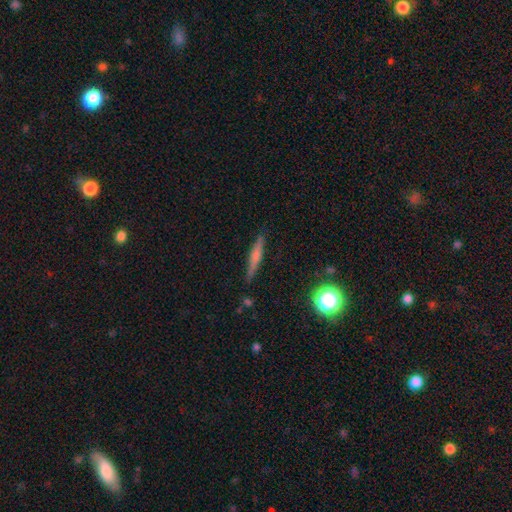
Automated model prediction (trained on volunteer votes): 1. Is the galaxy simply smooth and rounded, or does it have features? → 47% smooth, 44% featured or disk, 9% star or artifact.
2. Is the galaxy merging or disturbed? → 87% none, 9% minor disturbance, 2% major disturbance, 2% merger.